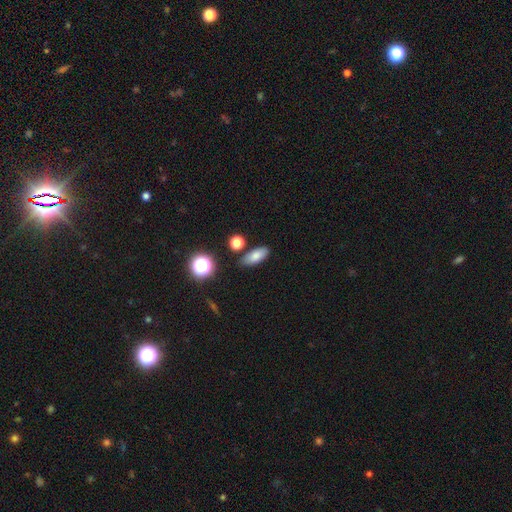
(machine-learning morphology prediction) Smooth or featured: smooth — 79% (star or artifact — 11%)
How rounded: in between — 78% (cigar-shaped — 14%)
Merging: none — 79% (minor disturbance — 12%)